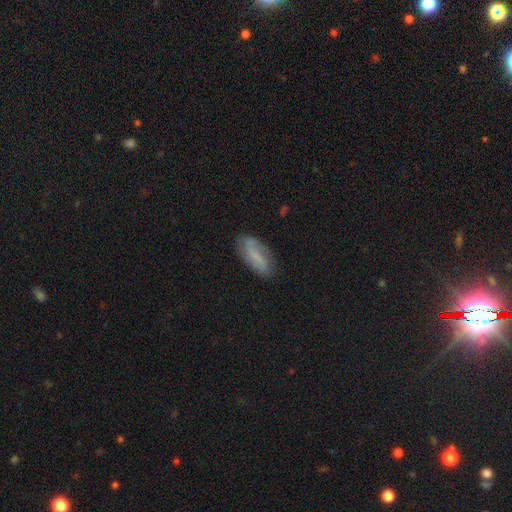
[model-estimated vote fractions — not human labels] This is possibly a featured or disk galaxy (57%). It is clearly not viewed edge-on (91%). Bar: marginally weak (43%). Spiral arm pattern: clearly yes (86%). Central bulge: possibly none (48%). Merging: likely none (76%).